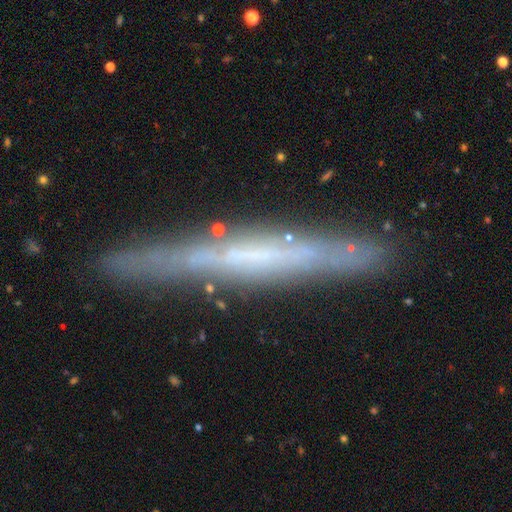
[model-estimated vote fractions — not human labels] Smooth or featured? Predicted: featured or disk (p=0.69). Edge-on disk? Predicted: yes (p=0.94). Edge-on bulge? Predicted: none (p=0.79). Merging? Predicted: none (p=0.86).